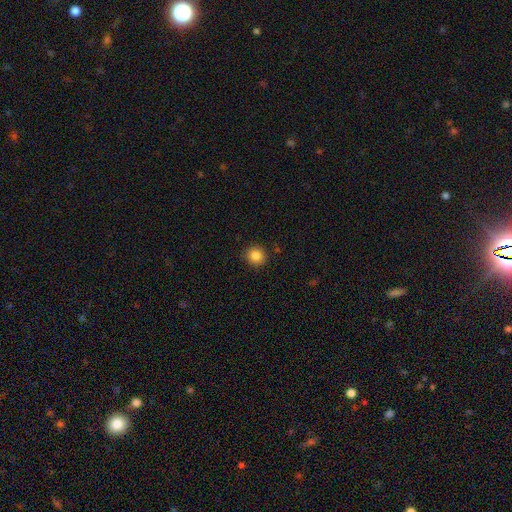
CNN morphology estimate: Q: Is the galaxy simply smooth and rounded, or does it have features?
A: smooth — 85%.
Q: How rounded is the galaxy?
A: round — 92%.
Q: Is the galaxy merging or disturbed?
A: none — 90%.